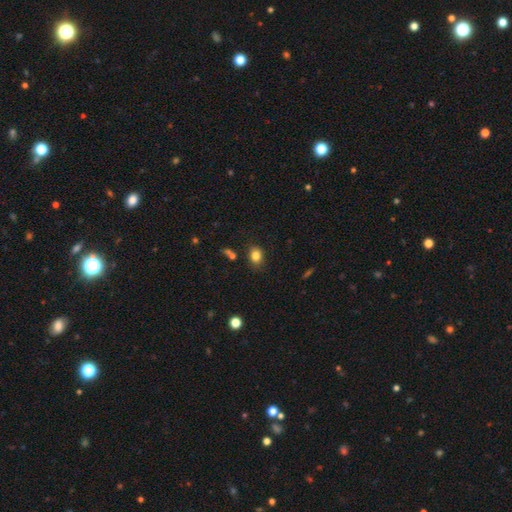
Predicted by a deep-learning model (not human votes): smooth-or-featured: smooth: 82% | star or artifact: 11% | featured or disk: 7%
  how-rounded: in between: 54% | round: 45% | cigar-shaped: 1%
  merging: none: 80% | minor disturbance: 12% | merger: 4% | major disturbance: 3%